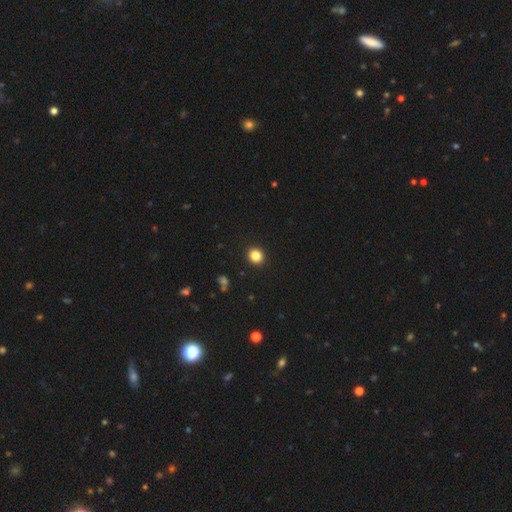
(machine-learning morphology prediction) Overall: smooth (84%). How rounded: round (87%). Merging: none (93%).